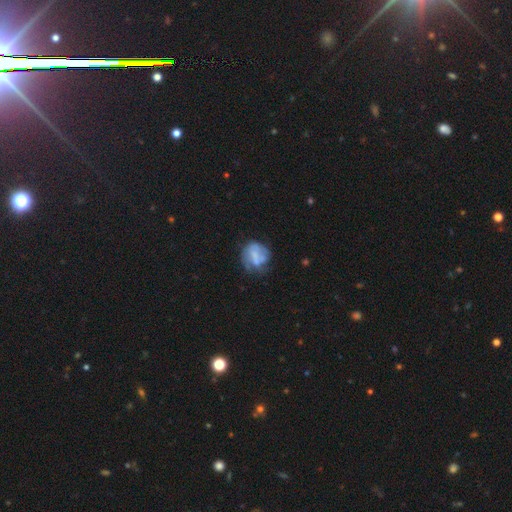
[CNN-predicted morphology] Smooth or featured?
  - smooth: 46% *
  - featured or disk: 44%
  - star or artifact: 10%
Merging?
  - none: 46% *
  - minor disturbance: 27%
  - major disturbance: 21%
  - merger: 6%